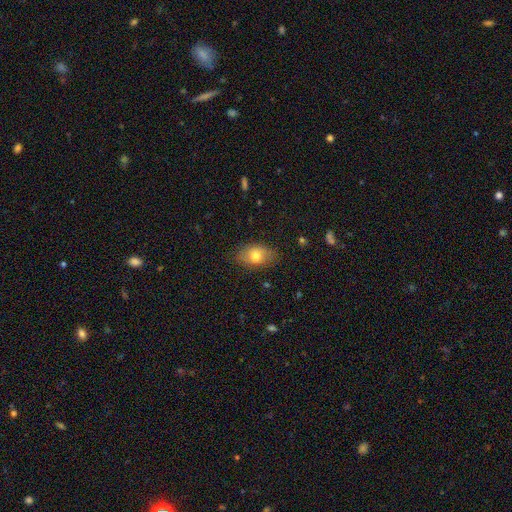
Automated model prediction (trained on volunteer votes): Smooth or featured? Predicted: smooth (p=0.75). How rounded? Predicted: in between (p=0.85). Merging? Predicted: none (p=0.81).